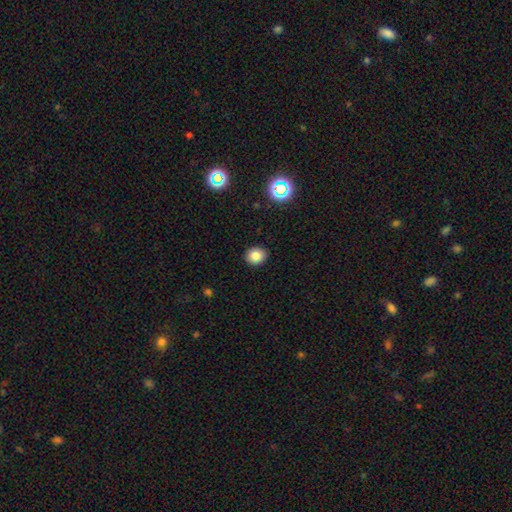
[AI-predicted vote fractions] Q: Smooth or featured?
A: smooth (82%); runner-up: star or artifact (13%)
Q: How rounded?
A: round (75%); runner-up: in between (24%)
Q: Merging?
A: none (91%); runner-up: minor disturbance (6%)